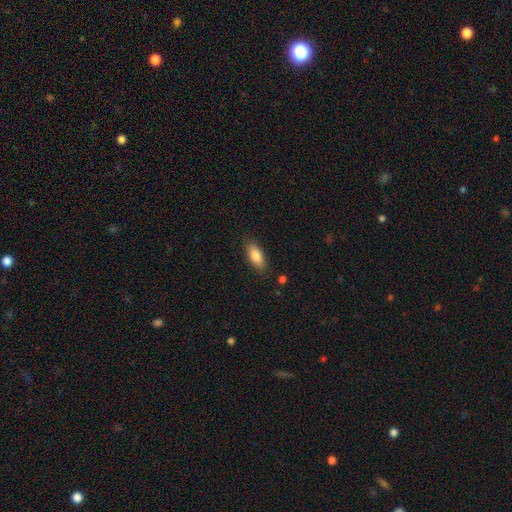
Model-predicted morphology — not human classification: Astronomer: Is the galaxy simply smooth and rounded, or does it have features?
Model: smooth — 82%.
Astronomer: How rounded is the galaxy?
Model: in between — 82%.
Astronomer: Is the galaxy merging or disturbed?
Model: none — 86%.